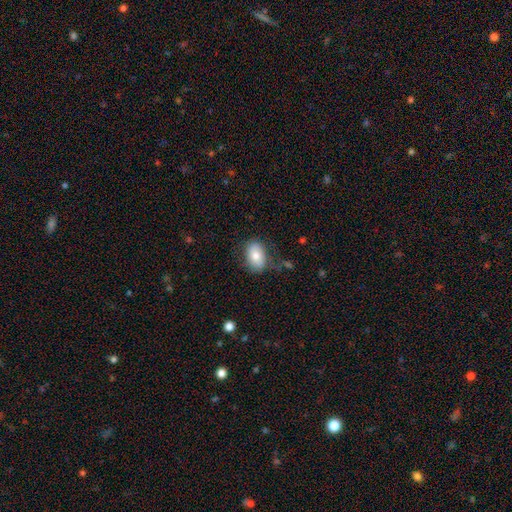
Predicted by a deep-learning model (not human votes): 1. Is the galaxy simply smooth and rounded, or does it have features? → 77% smooth, 16% featured or disk, 7% star or artifact.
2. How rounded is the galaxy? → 87% in between, 11% round, 1% cigar-shaped.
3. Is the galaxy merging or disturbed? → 73% none, 18% minor disturbance, 6% major disturbance, 3% merger.